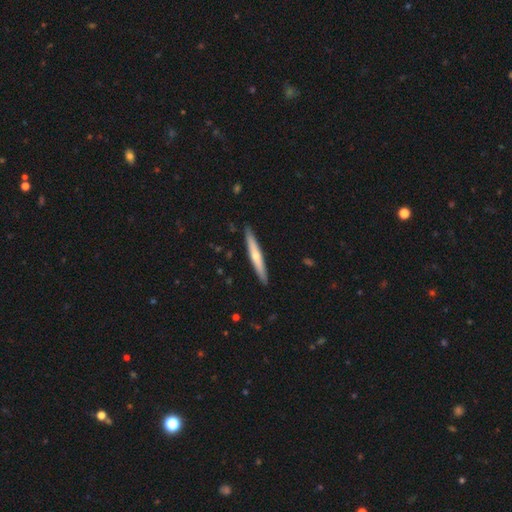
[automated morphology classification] smooth_or_featured: featured or disk (p=0.54) [alt: smooth p=0.41]
disk_edge_on: yes (p=0.95) [alt: no p=0.05]
edge_on_bulge: rounded (p=0.77) [alt: none p=0.21]
merging: none (p=0.91) [alt: minor disturbance p=0.07]